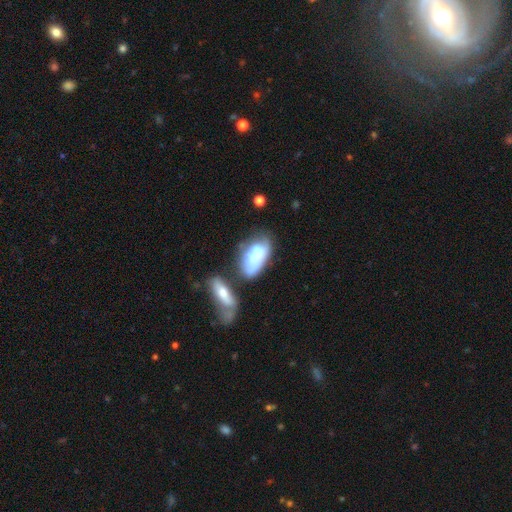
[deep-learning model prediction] Overall: smooth (58%; featured or disk 34%). How rounded: in between (90%). Merging: merger (37%; none 26%).